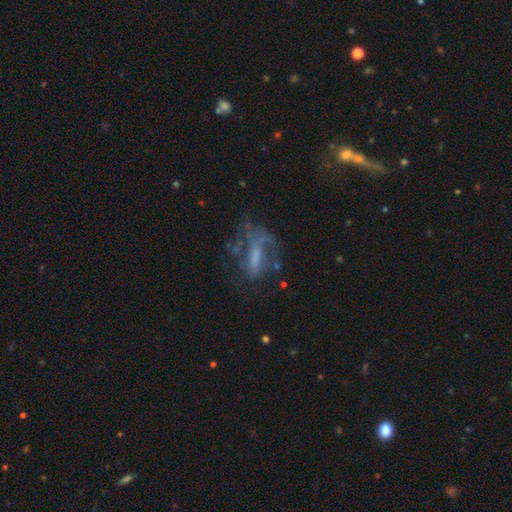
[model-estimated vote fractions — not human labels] This is possibly a featured or disk galaxy (58%). It is clearly not viewed edge-on (87%). Bar: marginally no (37%). Spiral arm pattern: possibly yes (51%). Central bulge: marginally none (42%). Merging: marginally none (42%).